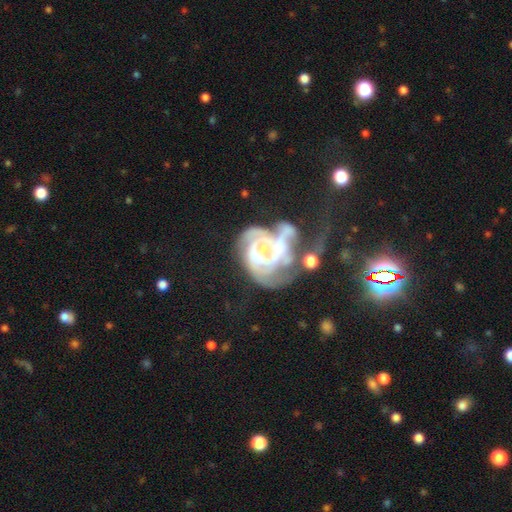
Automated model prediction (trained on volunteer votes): A featured or disk galaxy (77%) with no bar (77%), tight (46%) spiral arms (66%) and a small central bulge (46%). Merging: merger (42%).